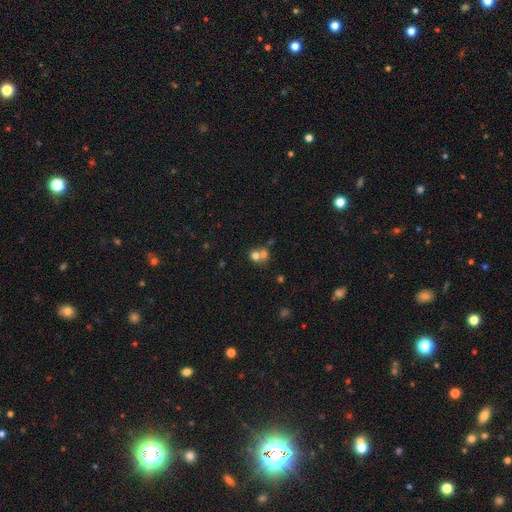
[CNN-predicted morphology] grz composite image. It shows a smooth galaxy with no disk features (68%) that is round (78%). Merging: merger (58%).